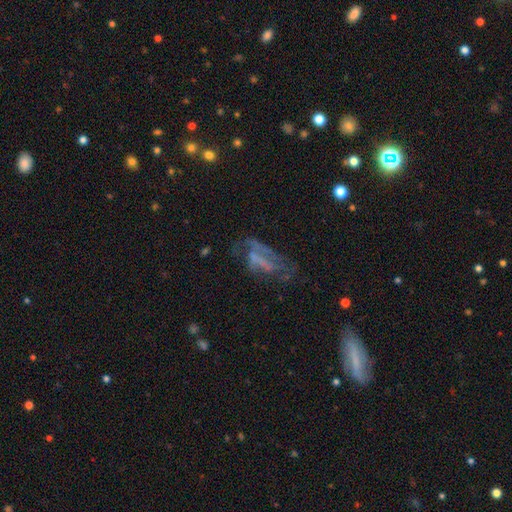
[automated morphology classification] Q: Smooth or featured?
A: featured or disk (57%); runner-up: smooth (27%)
Q: Edge-on disk?
A: no (90%); runner-up: yes (10%)
Q: Bar?
A: no (54%); runner-up: weak (25%)
Q: Spiral arms?
A: no (56%); runner-up: yes (44%)
Q: Bulge size?
A: none (69%); runner-up: small (15%)
Q: Merging?
A: major disturbance (40%); runner-up: none (34%)